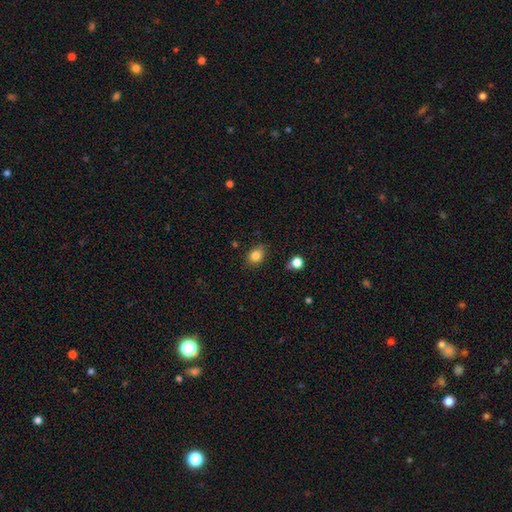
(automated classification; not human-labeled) Morphology: type=smooth (83%); roundness=in between (51%); merging=none (77%).